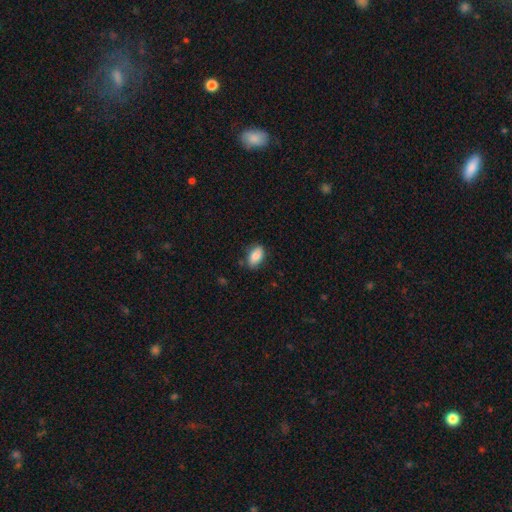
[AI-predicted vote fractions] The model was most divided on "merging": none: 79%, minor disturbance: 16%, major disturbance: 3%, merger: 2%. More confident: how rounded — in between (91%); smooth or featured — smooth (86%).